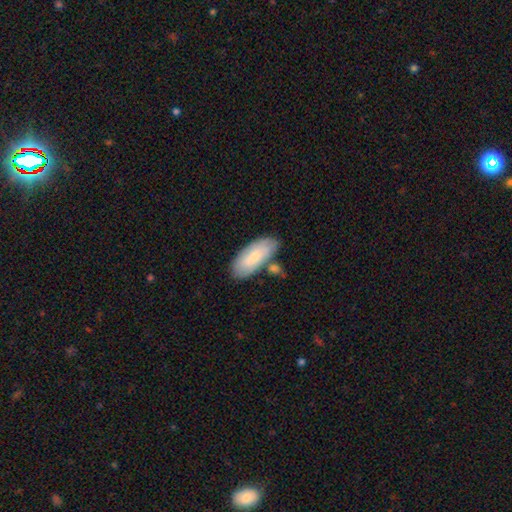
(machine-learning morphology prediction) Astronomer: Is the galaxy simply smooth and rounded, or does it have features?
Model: smooth — 79%.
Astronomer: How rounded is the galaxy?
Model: in between — 86%.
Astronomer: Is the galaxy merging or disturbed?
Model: none — 69%.